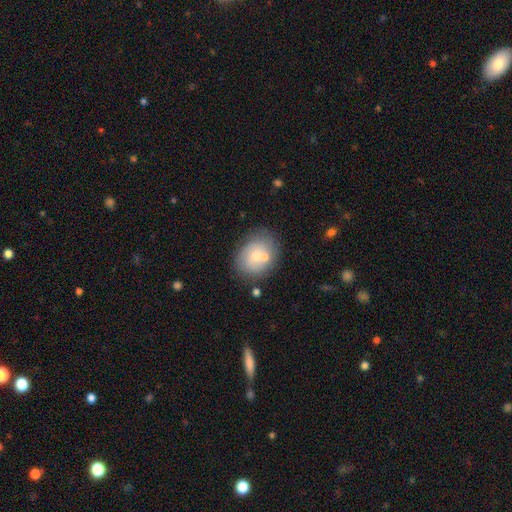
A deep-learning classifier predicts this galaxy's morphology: Q: Smooth or featured?
A: smooth (66%); runner-up: featured or disk (26%)
Q: How rounded?
A: round (53%); runner-up: in between (46%)
Q: Merging?
A: none (60%); runner-up: minor disturbance (18%)